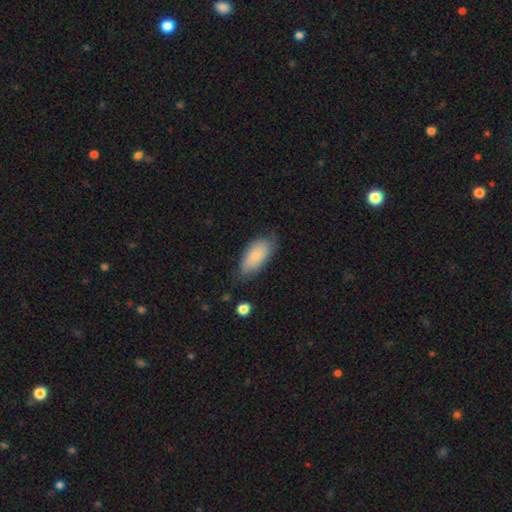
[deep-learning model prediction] Smooth or featured: smooth — 81% (featured or disk — 12%)
How rounded: in between — 92% (cigar-shaped — 6%)
Merging: none — 68% (minor disturbance — 25%)